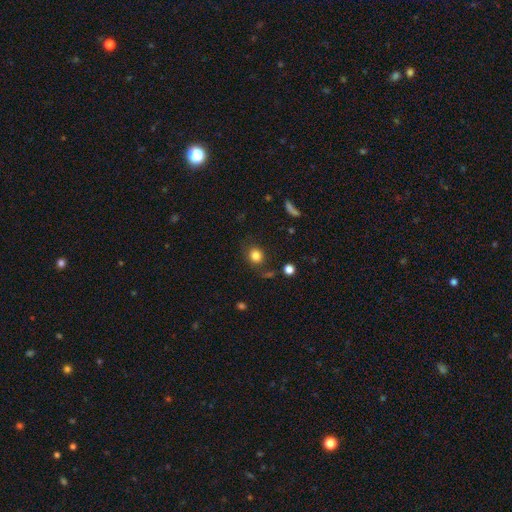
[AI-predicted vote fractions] Smooth or featured? Predicted: smooth (p=0.82). How rounded? Predicted: round (p=0.80). Merging? Predicted: none (p=0.78).